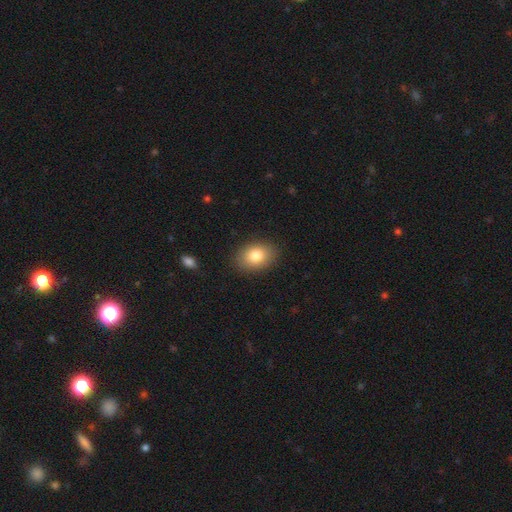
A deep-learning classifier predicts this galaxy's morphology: A smooth galaxy with no disk features (83%) that is in between round and cigar-shaped (79%). Merging: none (87%).